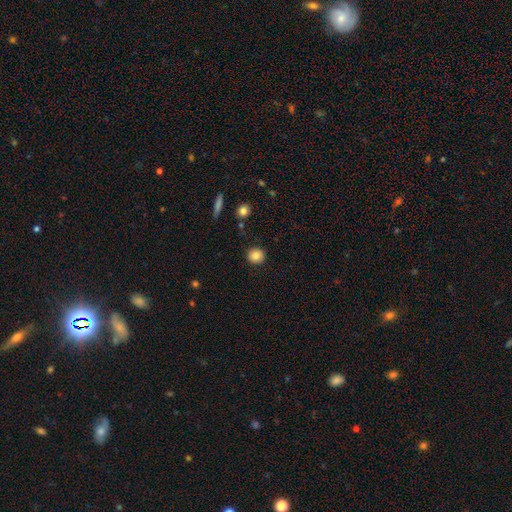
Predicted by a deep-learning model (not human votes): Smooth or featured?
  - smooth: 83% *
  - star or artifact: 9%
  - featured or disk: 8%
How rounded?
  - round: 88% *
  - in between: 11%
  - cigar-shaped: 1%
Merging?
  - none: 90% *
  - minor disturbance: 7%
  - major disturbance: 2%
  - merger: 1%